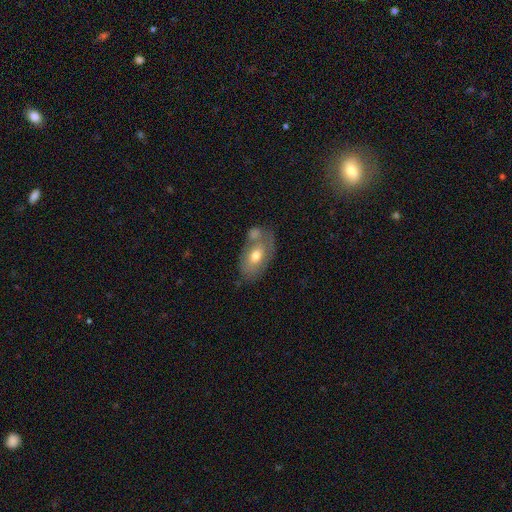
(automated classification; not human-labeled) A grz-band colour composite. It shows a smooth galaxy with no disk features (61%) that is in between round and cigar-shaped (89%). Merging: none (43%).